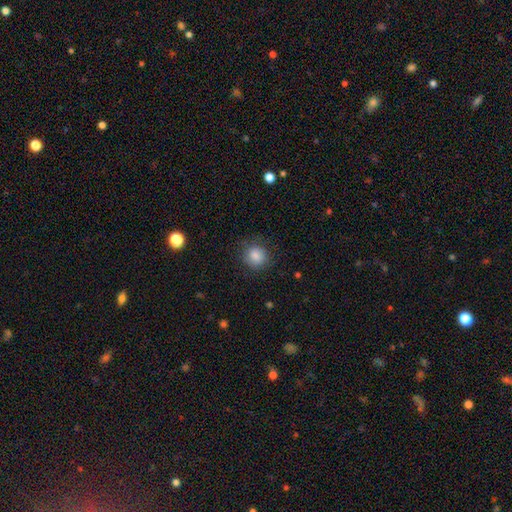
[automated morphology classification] type=smooth (86%); roundness=round (83%); merging=none (81%).